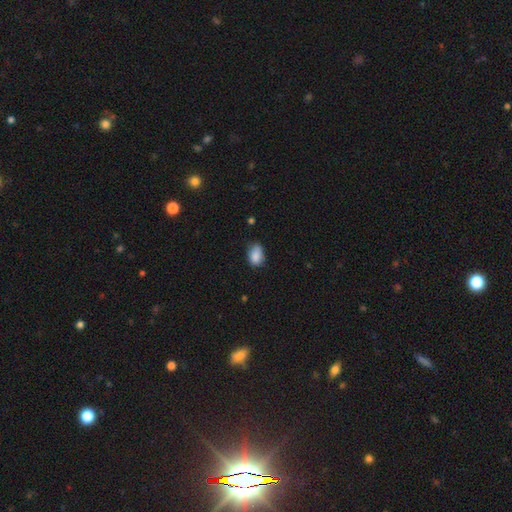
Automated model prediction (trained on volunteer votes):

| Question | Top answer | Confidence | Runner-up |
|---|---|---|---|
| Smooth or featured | smooth | 87% | star or artifact (8%) |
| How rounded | in between | 81% | round (18%) |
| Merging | none | 62% | minor disturbance (31%) |